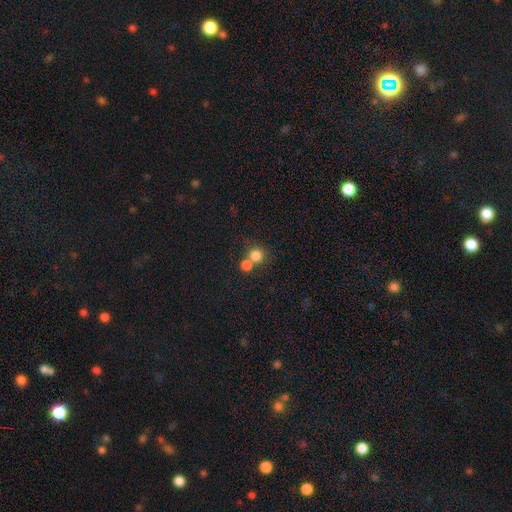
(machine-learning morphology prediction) The model was most divided on "merging": none: 49%, merger: 42%, minor disturbance: 6%, major disturbance: 3%. More confident: how rounded — round (89%); smooth or featured — smooth (79%).